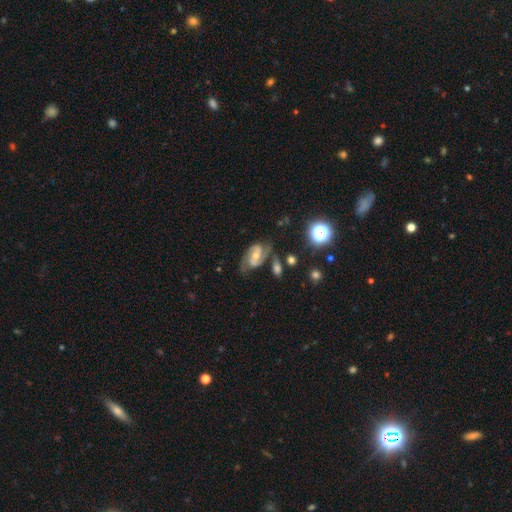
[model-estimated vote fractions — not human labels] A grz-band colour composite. It shows a featured or disk galaxy (78%) with a weak bar (41%), 2 (88%) medium (51%) spiral arms (94%) and a moderate central bulge (54%). Merging: none (63%).